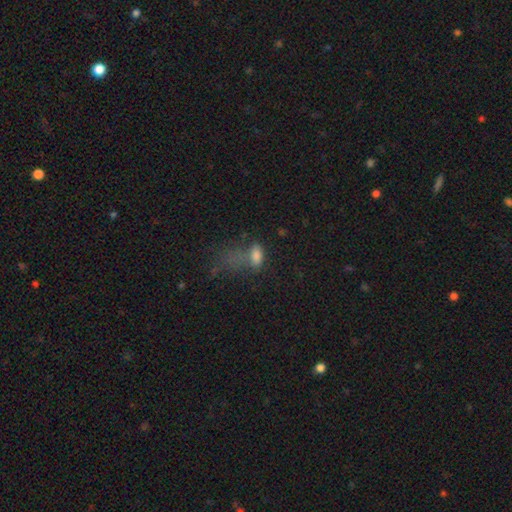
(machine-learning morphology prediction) type=smooth (69%); roundness=in between (83%); merging=major disturbance (41%).